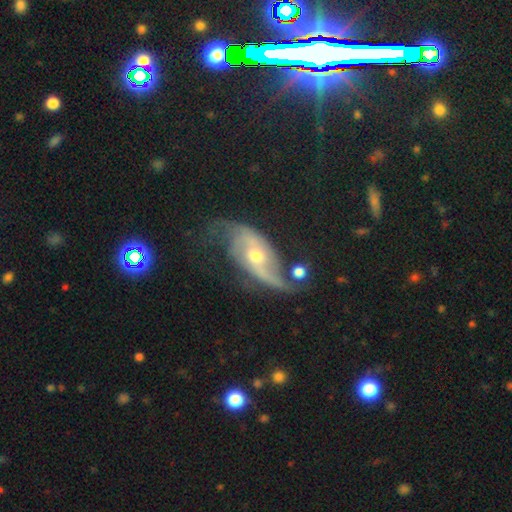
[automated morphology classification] Smooth or featured: featured or disk — 83% (smooth — 9%)
Edge-on disk: no — 94% (yes — 6%)
Bar: no — 53% (weak — 32%)
Spiral arms: yes — 94% (no — 6%)
Spiral winding: loose — 64% (medium — 26%)
Spiral arm count: 2 — 88% (can't tell — 5%)
Bulge size: moderate — 57% (small — 38%)
Merging: none — 56% (minor disturbance — 22%)